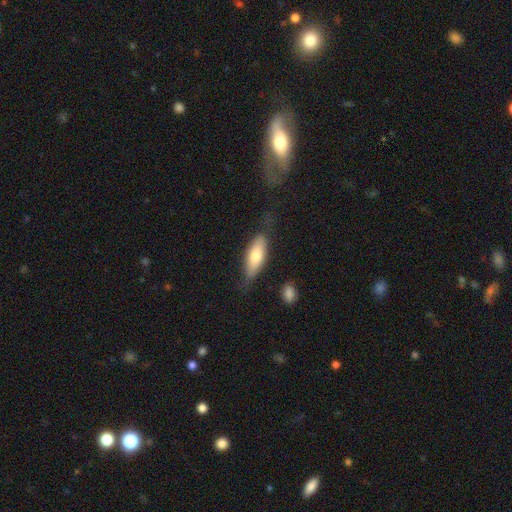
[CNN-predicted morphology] The model was most divided on "how rounded": in between: 62%, cigar-shaped: 36%, round: 2%. More confident: smooth or featured — smooth (67%); merging — none (64%).